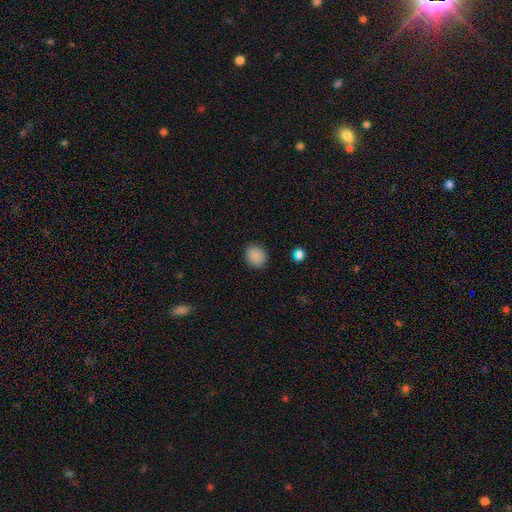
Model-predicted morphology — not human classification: This appears to be a smooth galaxy with no disk features (87%) that is round (70%). Merging: none (88%).